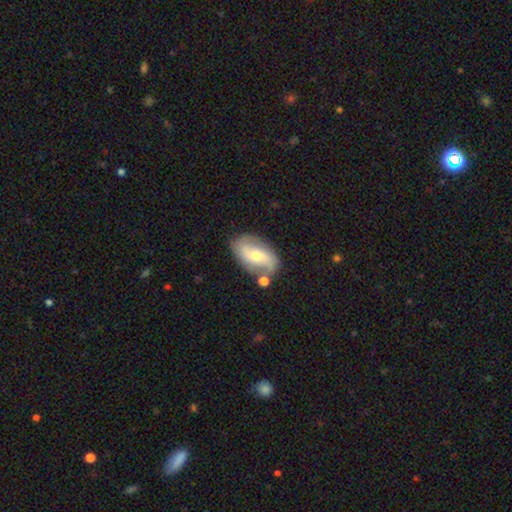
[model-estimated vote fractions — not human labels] Q: Smooth or featured?
A: featured or disk (63%); runner-up: smooth (31%)
Q: Edge-on disk?
A: no (93%); runner-up: yes (7%)
Q: Bar?
A: no (42%); runner-up: weak (37%)
Q: Spiral arms?
A: yes (78%); runner-up: no (22%)
Q: Bulge size?
A: moderate (58%); runner-up: small (36%)
Q: Merging?
A: none (69%); runner-up: minor disturbance (17%)